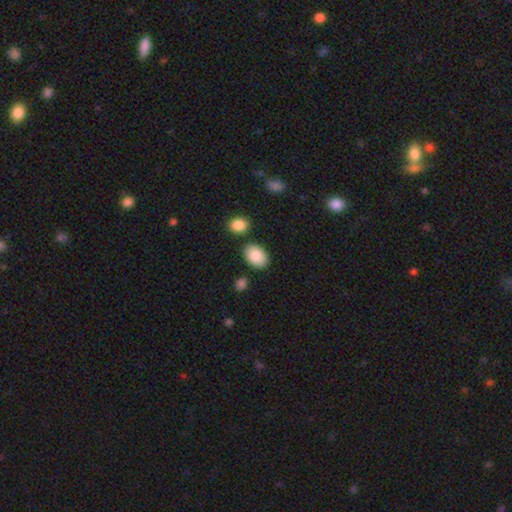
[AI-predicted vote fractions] smooth 88%, star or artifact 7%, featured or disk 6%. Down the decision tree: how rounded — in between (85%); merging — none (82%).